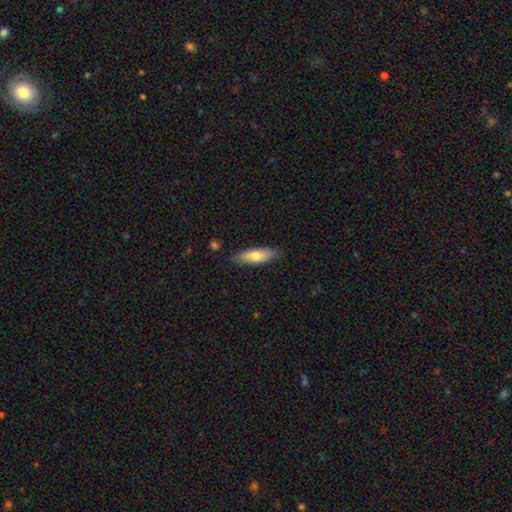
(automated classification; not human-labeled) Smooth or featured? Predicted: smooth (p=0.67). How rounded? Predicted: in between (p=0.51). Merging? Predicted: none (p=0.86).